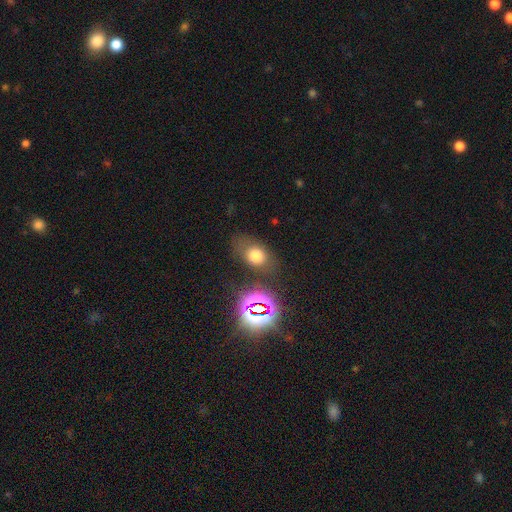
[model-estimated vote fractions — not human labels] Smooth or featured: smooth — 68% (star or artifact — 20%)
How rounded: in between — 69% (round — 30%)
Merging: none — 70% (minor disturbance — 17%)